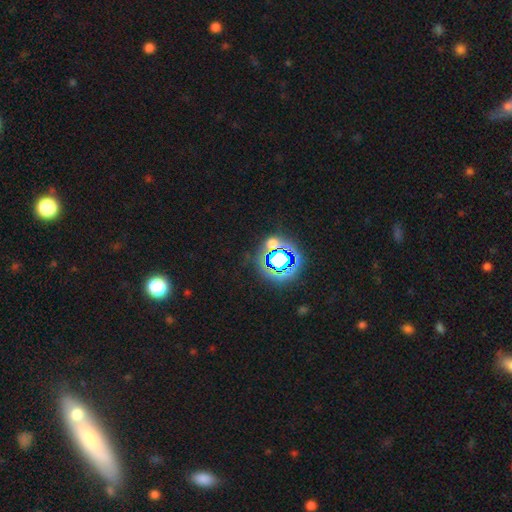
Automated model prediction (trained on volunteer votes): smooth-or-featured: star or artifact: 78% | smooth: 15% | featured or disk: 7%